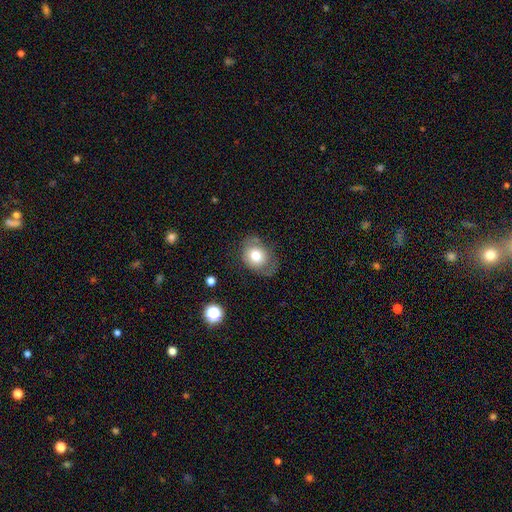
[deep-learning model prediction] Smooth or featured?
  - smooth: 72% *
  - featured or disk: 19%
  - star or artifact: 9%
How rounded?
  - in between: 52% *
  - round: 47%
  - cigar-shaped: 1%
Merging?
  - none: 58% *
  - minor disturbance: 27%
  - major disturbance: 12%
  - merger: 2%